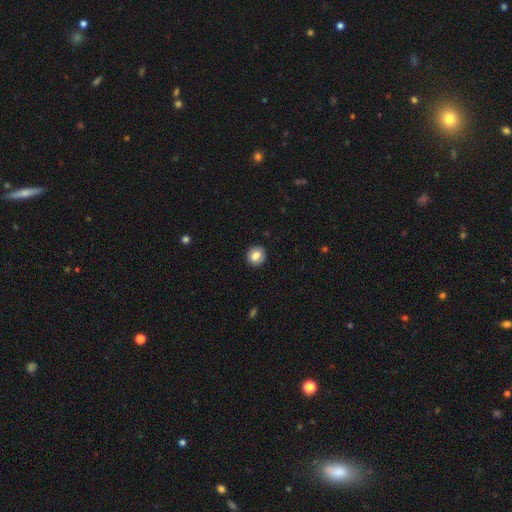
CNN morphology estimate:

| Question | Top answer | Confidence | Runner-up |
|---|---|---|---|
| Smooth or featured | smooth | 84% | star or artifact (8%) |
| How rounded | round | 87% | in between (12%) |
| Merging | none | 91% | minor disturbance (6%) |